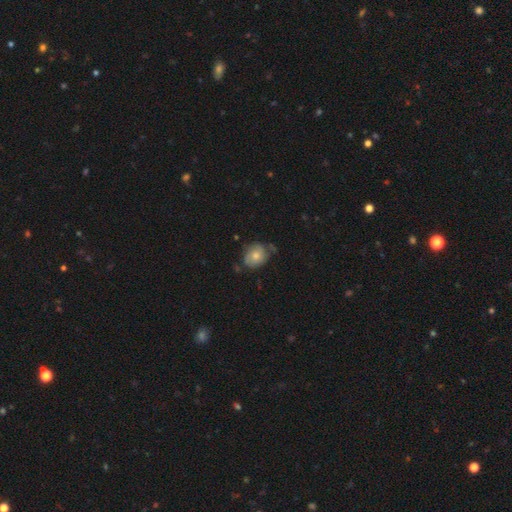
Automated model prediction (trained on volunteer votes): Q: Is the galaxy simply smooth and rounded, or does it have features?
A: smooth — 58%.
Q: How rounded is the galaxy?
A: round — 55%.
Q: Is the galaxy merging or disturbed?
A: none — 54%.